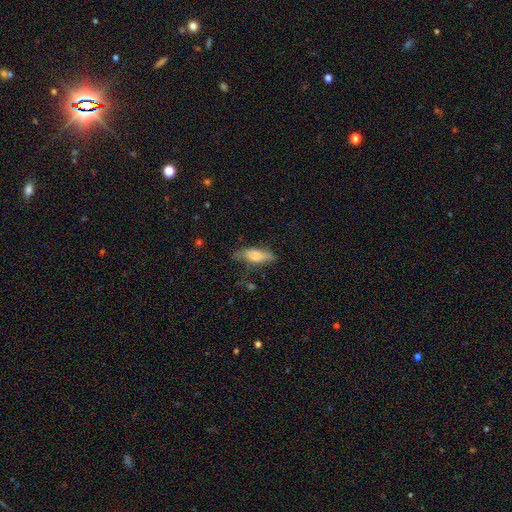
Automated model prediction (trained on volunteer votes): Overall: smooth (72%). How rounded: in between (64%; cigar-shaped 33%). Merging: none (52%; minor disturbance 31%).